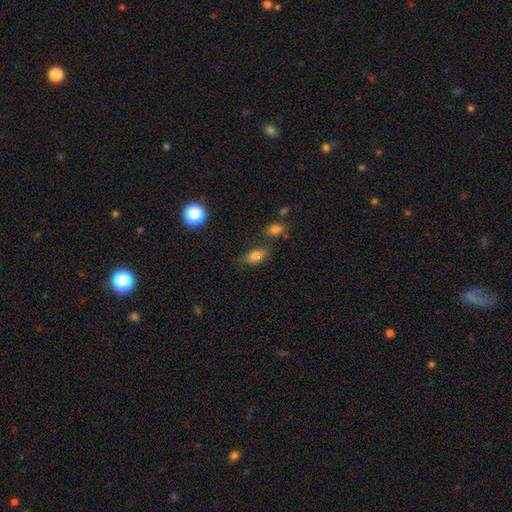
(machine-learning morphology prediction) A smooth galaxy with no disk features (77%) that is in between round and cigar-shaped (84%). Merging: none (64%).